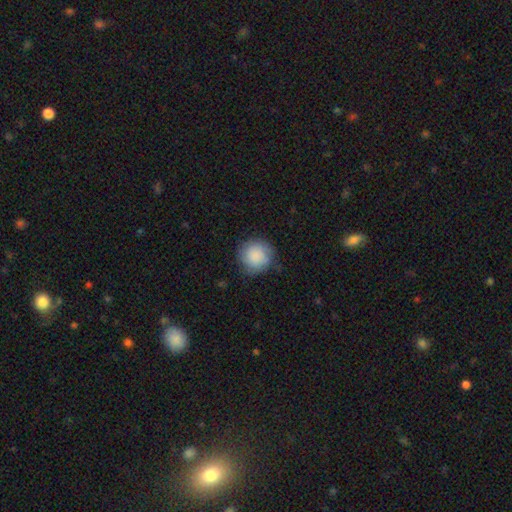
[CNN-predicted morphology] Overall: smooth (80%). How rounded: round (92%). Merging: none (75%).